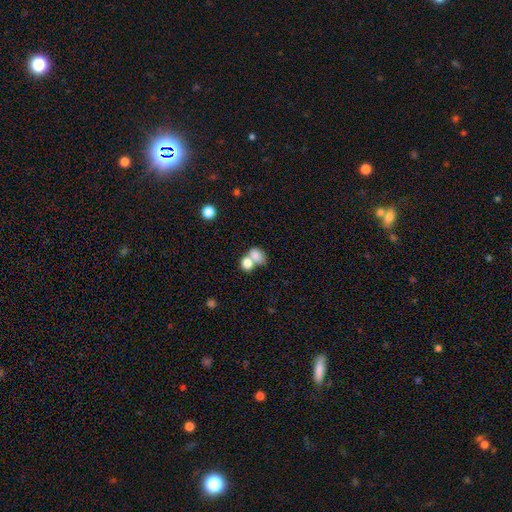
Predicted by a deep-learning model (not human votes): This is likely a smooth galaxy (79%). How rounded: possibly in between (59%). Merging: likely merger (64%).